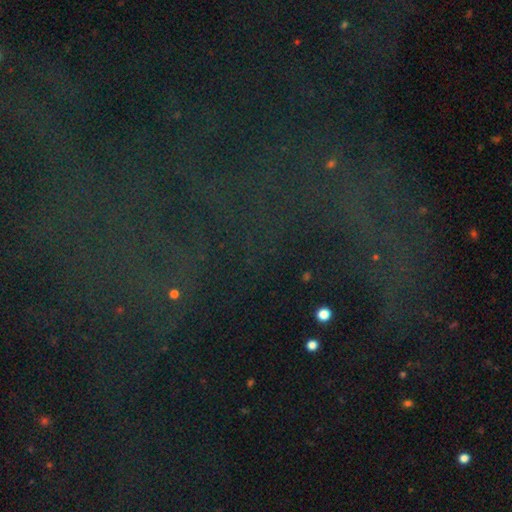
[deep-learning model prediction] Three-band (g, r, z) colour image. It shows a star or artifact, not a galaxy (79%).